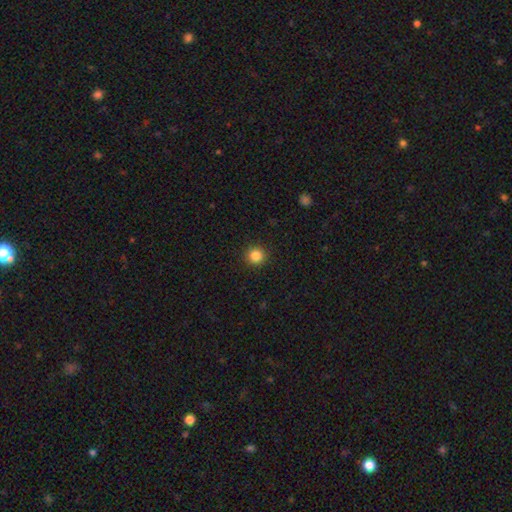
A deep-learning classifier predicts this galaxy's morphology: type=smooth (85%); roundness=round (94%); merging=none (92%).